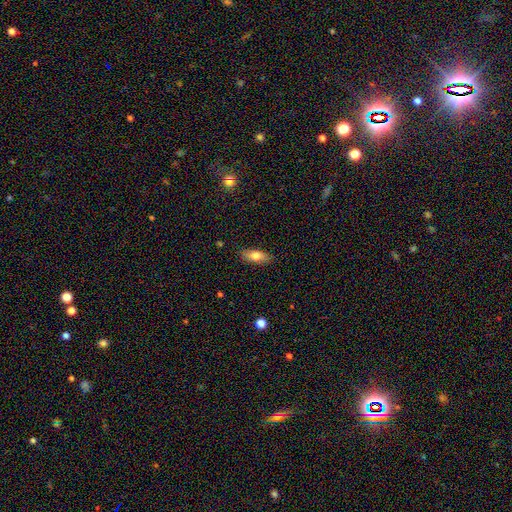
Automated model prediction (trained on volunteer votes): This is likely a smooth galaxy (75%). How rounded: likely in between (74%). Merging: clearly none (86%).